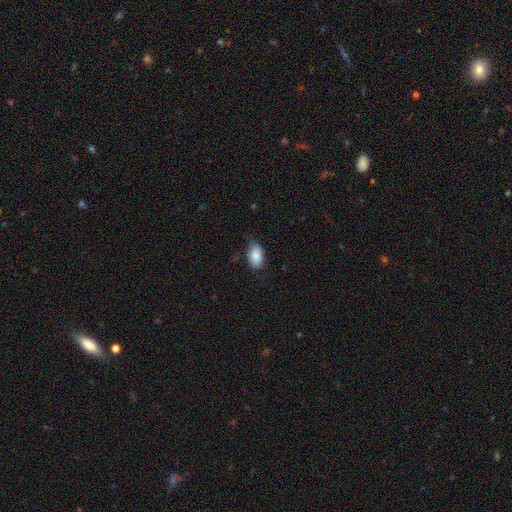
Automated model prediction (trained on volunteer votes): smooth 87%, star or artifact 7%, featured or disk 7%. Down the decision tree: how rounded — in between (93%); merging — none (71%).